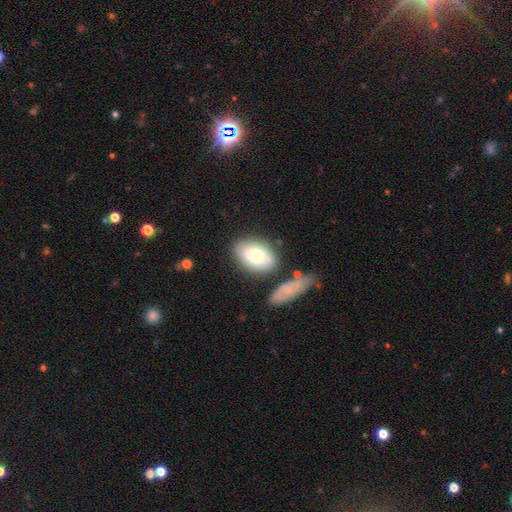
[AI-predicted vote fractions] A smooth galaxy with no disk features (75%) that is in between round and cigar-shaped (86%). Merging: none (71%).